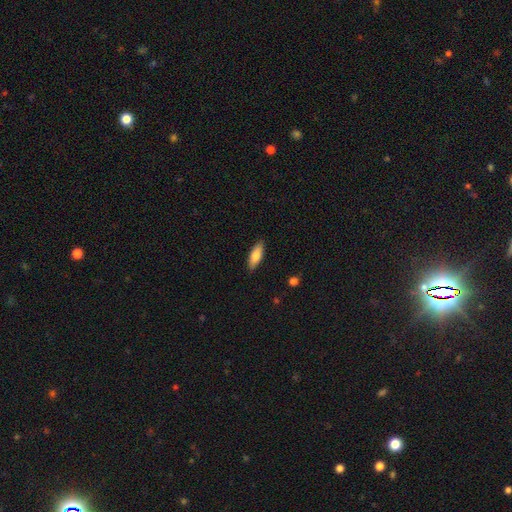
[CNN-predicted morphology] A smooth galaxy with no disk features (80%) that is in between round and cigar-shaped (63%). Merging: none (87%).